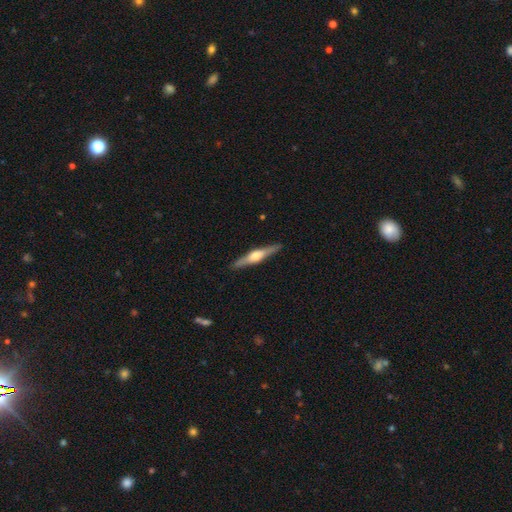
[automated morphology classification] Smooth or featured? Predicted: featured or disk (p=0.71). Edge-on disk? Predicted: yes (p=0.98). Edge-on bulge? Predicted: rounded (p=0.89). Merging? Predicted: none (p=0.91).